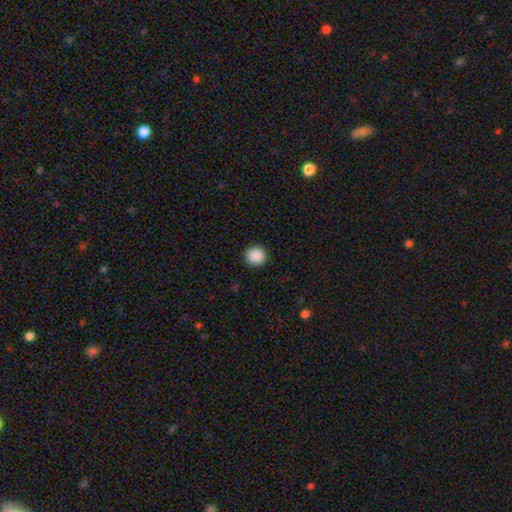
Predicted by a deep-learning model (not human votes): The model was most divided on "smooth or featured": smooth: 89%, star or artifact: 9%, featured or disk: 2%. More confident: how rounded — round (94%); merging — none (92%).